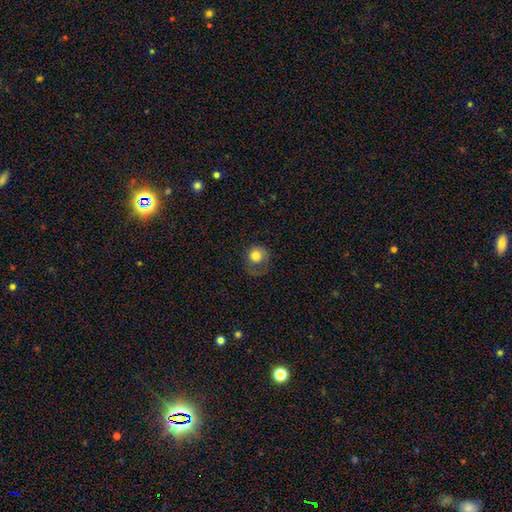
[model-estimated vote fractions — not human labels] Smooth or featured: smooth — 76% (featured or disk — 15%)
How rounded: round — 83% (in between — 16%)
Merging: none — 44% (major disturbance — 30%)